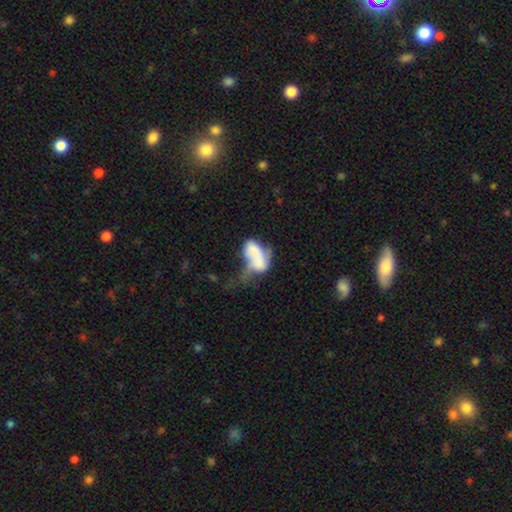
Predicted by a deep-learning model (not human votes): This is possibly a smooth galaxy (60%). How rounded: clearly in between (90%). Merging: marginally merger (41%).